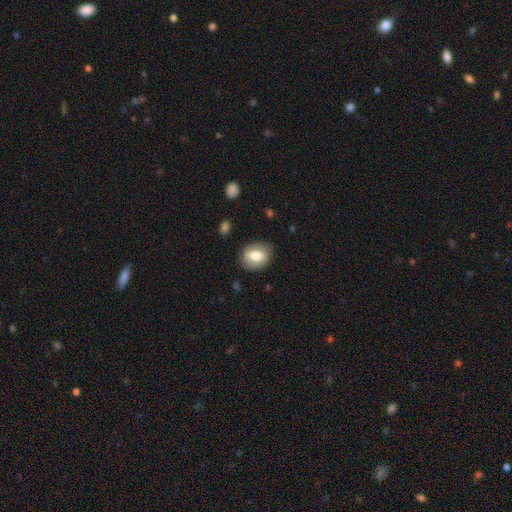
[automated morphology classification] A smooth galaxy with no disk features (73%) that is in between round and cigar-shaped (53%). Merging: none (82%).